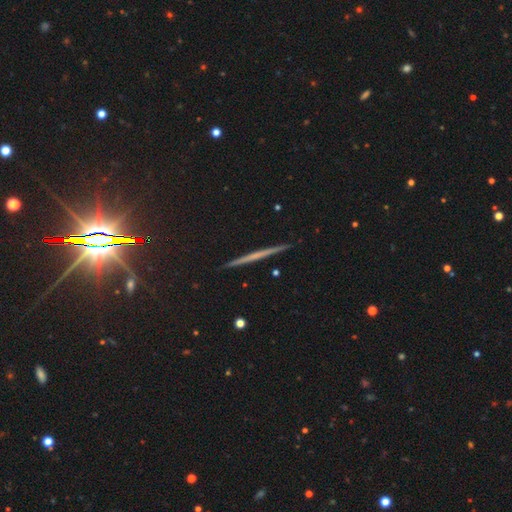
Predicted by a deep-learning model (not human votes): Smooth or featured? featured or disk (61%)
Edge-on disk? yes (98%)
Edge-on bulge? none (81%)
Merging? none (93%)